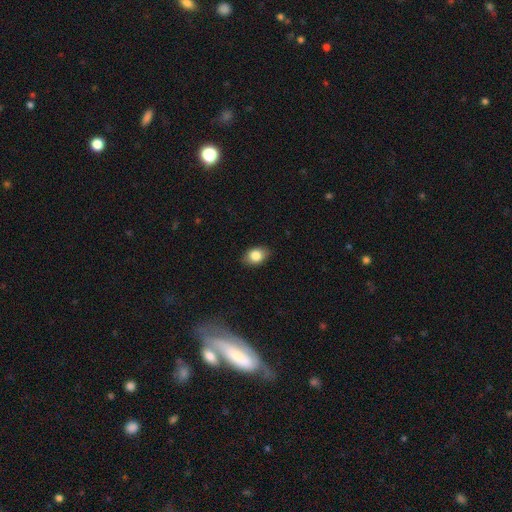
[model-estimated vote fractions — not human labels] Smooth or featured?
  - smooth: 83% *
  - featured or disk: 9%
  - star or artifact: 8%
How rounded?
  - in between: 77% *
  - round: 22%
  - cigar-shaped: 1%
Merging?
  - none: 86% *
  - minor disturbance: 11%
  - major disturbance: 2%
  - merger: 1%